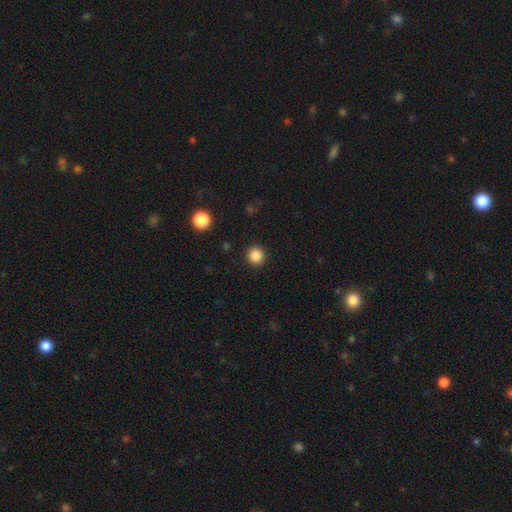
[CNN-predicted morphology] This appears to be a smooth galaxy with no disk features (84%) that is round (94%). Merging: none (92%).